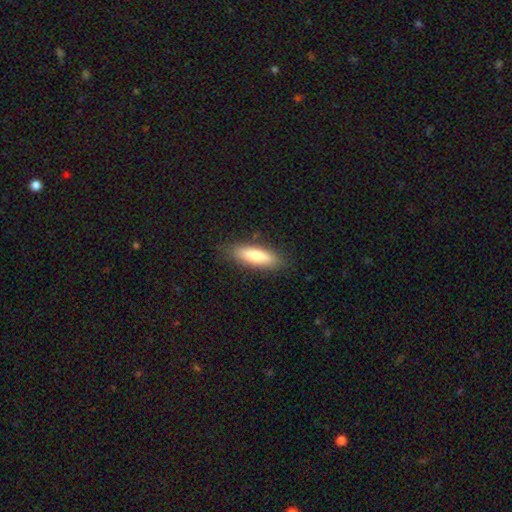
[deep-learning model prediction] Q: Smooth or featured?
A: smooth (78%); runner-up: featured or disk (16%)
Q: How rounded?
A: cigar-shaped (52%); runner-up: in between (46%)
Q: Merging?
A: none (85%); runner-up: minor disturbance (11%)